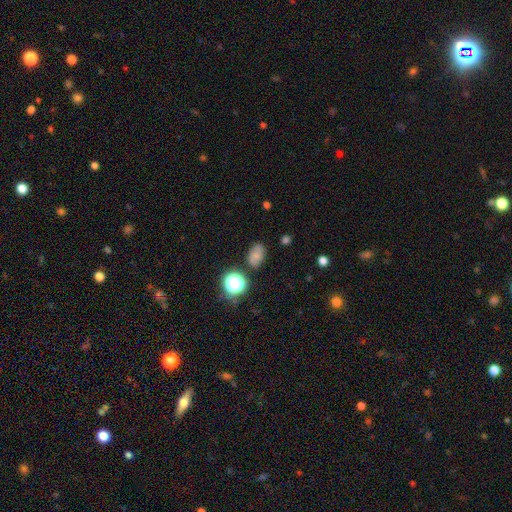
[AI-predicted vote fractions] Overall: smooth (70%). How rounded: in between (77%). Merging: none (74%).